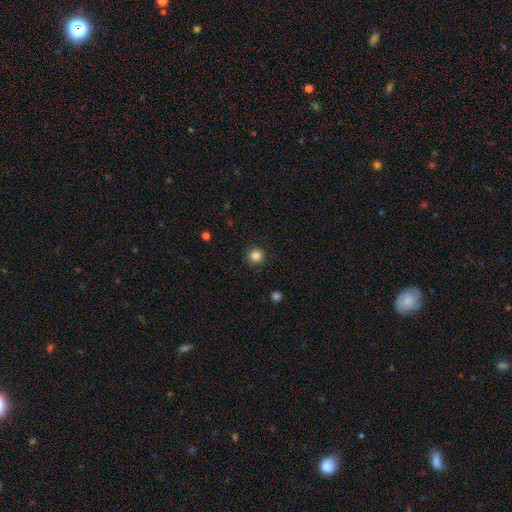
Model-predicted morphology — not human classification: smooth_or_featured: smooth (p=0.85) [alt: star or artifact p=0.11]
how_rounded: round (p=0.95) [alt: in between p=0.05]
merging: none (p=0.90) [alt: minor disturbance p=0.07]